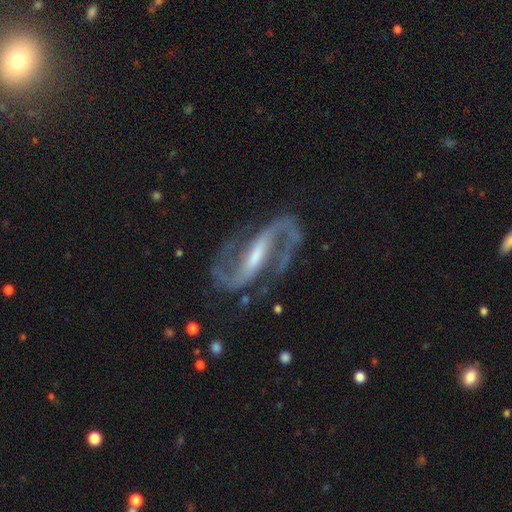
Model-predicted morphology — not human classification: This is clearly a featured or disk galaxy (94%). It is clearly not viewed edge-on (97%). Bar: possibly strong (57%). Spiral arm pattern: clearly yes (98%). Spiral arm count: clearly 2 (94%). Spiral winding: possibly medium (57%). Central bulge: marginally small (42%). Merging: likely none (77%).